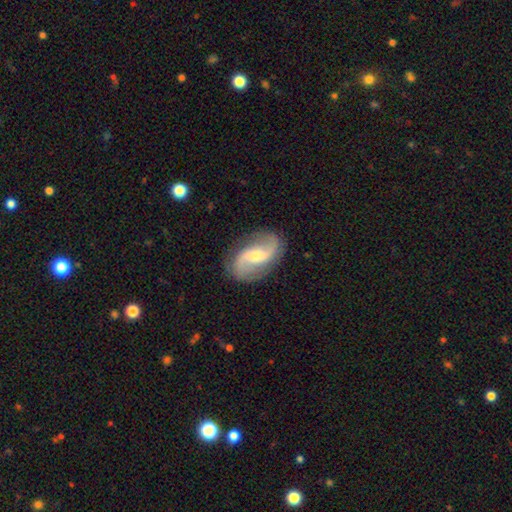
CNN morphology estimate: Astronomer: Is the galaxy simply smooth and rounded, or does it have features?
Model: featured or disk — 85%.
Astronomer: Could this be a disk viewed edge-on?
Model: no — 97%.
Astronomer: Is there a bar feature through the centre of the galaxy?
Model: weak — 45% (runner-up: no, 35%).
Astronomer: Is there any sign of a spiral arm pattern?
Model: yes — 96%.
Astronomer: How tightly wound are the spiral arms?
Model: loose — 63%.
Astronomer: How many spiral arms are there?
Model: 2 — 92%.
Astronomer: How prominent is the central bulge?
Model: small — 49% (runner-up: moderate, 45%).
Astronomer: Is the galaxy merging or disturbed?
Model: none — 82%.